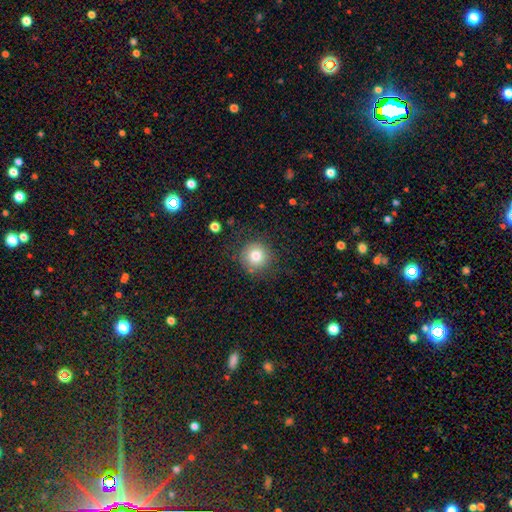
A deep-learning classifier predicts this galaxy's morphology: This appears to be a smooth galaxy with no disk features (80%) that is round (93%). Merging: none (81%).